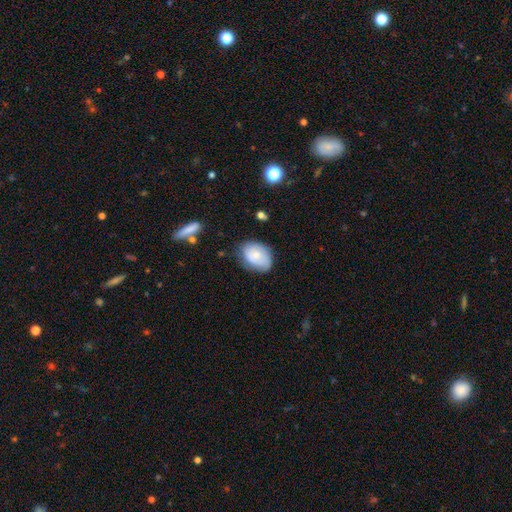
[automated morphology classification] A smooth galaxy with no disk features (63%) that is in between round and cigar-shaped (77%).

Vote fractions:
- Smooth or featured? smooth: 63% / featured or disk: 30% / star or artifact: 7%
- How rounded? in between: 77% / round: 22% / cigar-shaped: 1%
- Merging? none: 68% / minor disturbance: 24% / major disturbance: 6% / merger: 2%